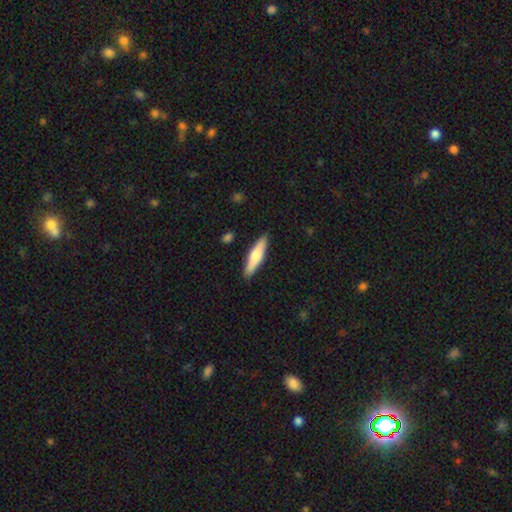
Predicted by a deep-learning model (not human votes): Overall: smooth (66%; featured or disk 29%). How rounded: cigar-shaped (74%). Merging: none (89%).